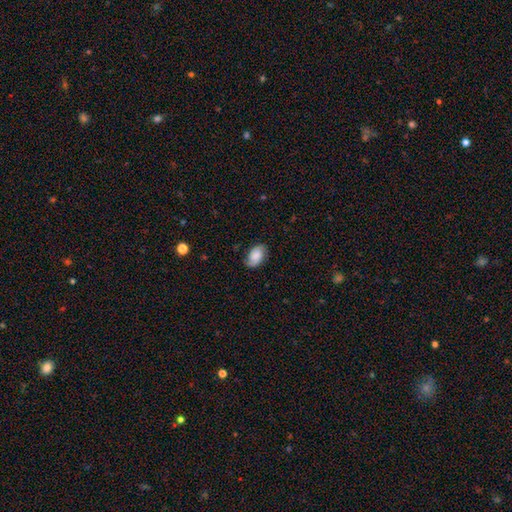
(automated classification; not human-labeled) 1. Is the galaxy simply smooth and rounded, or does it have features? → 53% smooth, 38% featured or disk, 9% star or artifact.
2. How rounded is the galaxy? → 89% in between, 9% round, 1% cigar-shaped.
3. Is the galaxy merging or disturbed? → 78% none, 16% minor disturbance, 4% major disturbance, 1% merger.